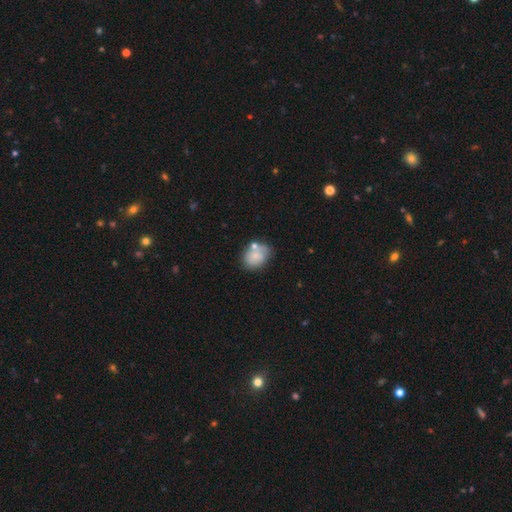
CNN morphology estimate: A smooth galaxy with no disk features (75%) that is in between round and cigar-shaped (61%). Merging: none (52%).